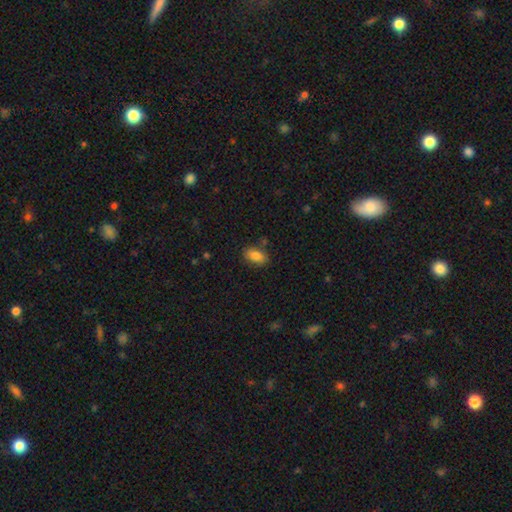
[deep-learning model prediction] Smooth or featured?
  - smooth: 83% *
  - featured or disk: 9%
  - star or artifact: 8%
How rounded?
  - in between: 90% *
  - round: 6%
  - cigar-shaped: 4%
Merging?
  - none: 82% *
  - minor disturbance: 12%
  - merger: 3%
  - major disturbance: 3%